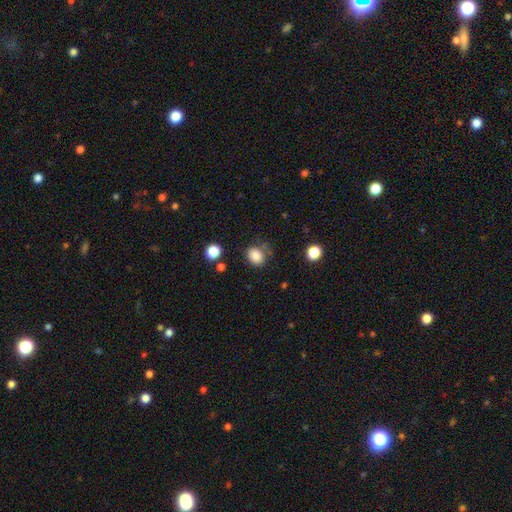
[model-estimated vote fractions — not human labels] A smooth galaxy with no disk features (85%) that is round (55%). Merging: none (66%).